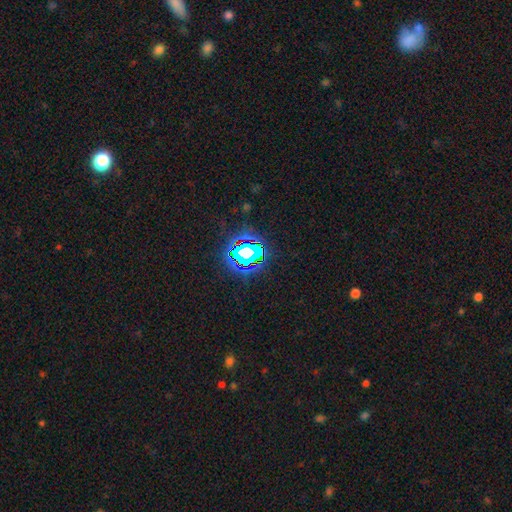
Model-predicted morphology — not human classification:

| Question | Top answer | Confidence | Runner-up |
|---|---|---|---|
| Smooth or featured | star or artifact | 81% | smooth (12%) |